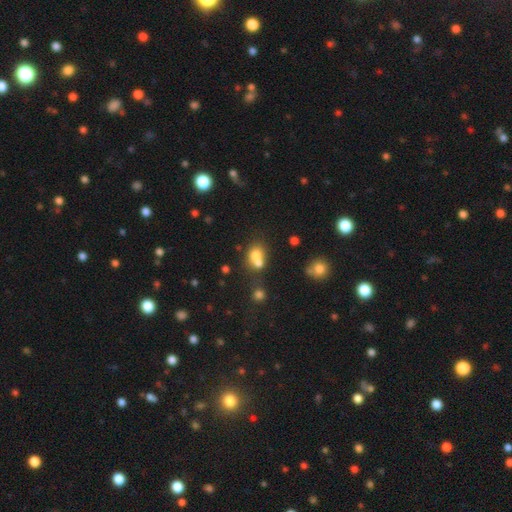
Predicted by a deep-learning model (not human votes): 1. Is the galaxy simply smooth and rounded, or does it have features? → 70% smooth, 16% featured or disk, 13% star or artifact.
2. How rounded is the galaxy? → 60% round, 39% in between, 1% cigar-shaped.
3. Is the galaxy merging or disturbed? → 56% merger, 31% none, 9% minor disturbance, 4% major disturbance.